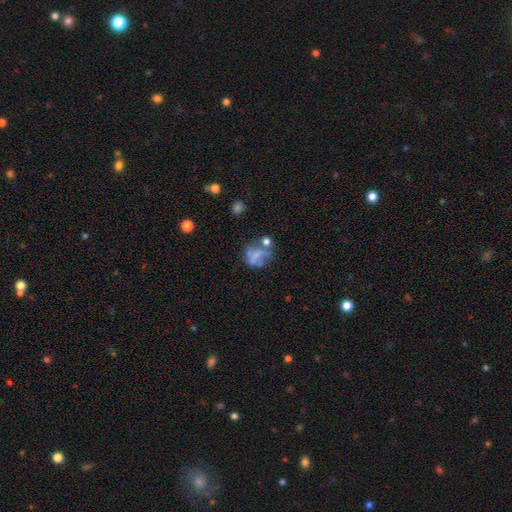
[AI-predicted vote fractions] The model was most divided on "smooth or featured": smooth: 44%, featured or disk: 42%, star or artifact: 14%. Remaining: merging — none (36%).